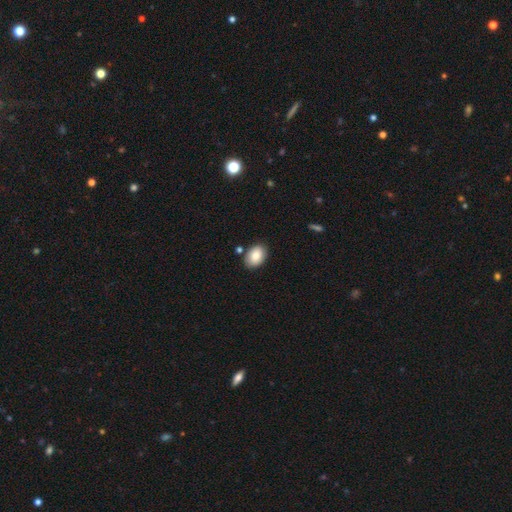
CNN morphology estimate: Smooth or featured: smooth — 86% (featured or disk — 8%)
How rounded: in between — 86% (round — 13%)
Merging: none — 82% (minor disturbance — 11%)